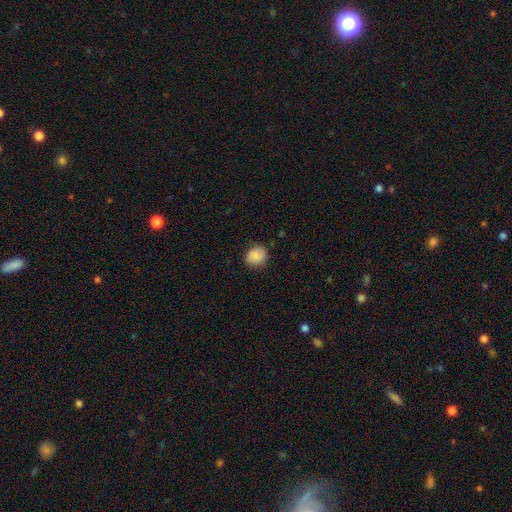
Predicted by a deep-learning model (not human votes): Smooth or featured? smooth (86%)
How rounded? round (70%)
Merging? none (79%)